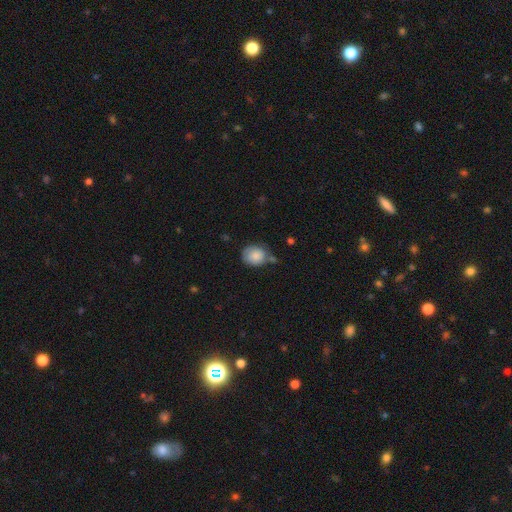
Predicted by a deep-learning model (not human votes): A smooth galaxy with no disk features (84%) that is round (66%). Merging: none (57%).